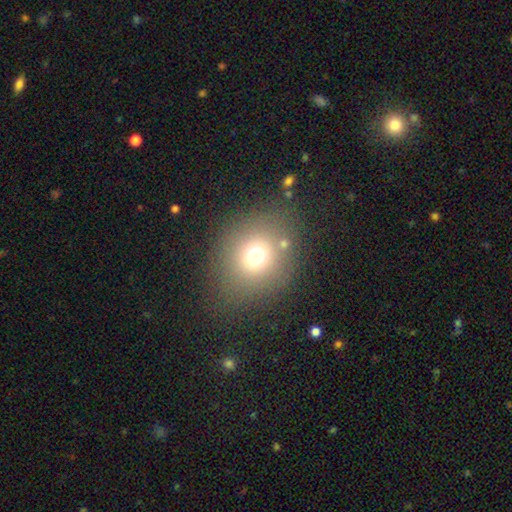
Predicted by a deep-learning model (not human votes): Smooth or featured: smooth — 69% (star or artifact — 20%)
How rounded: round — 81% (in between — 18%)
Merging: none — 80% (minor disturbance — 9%)